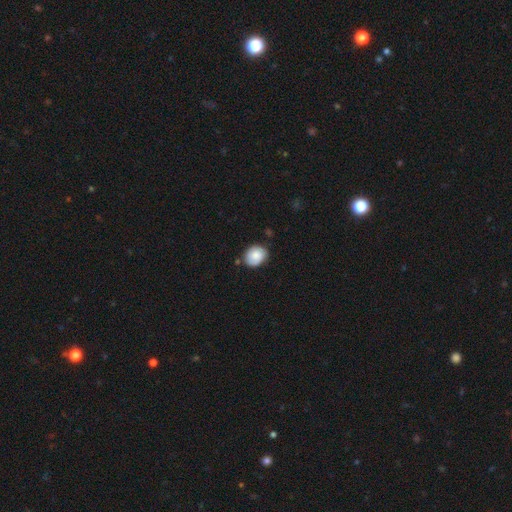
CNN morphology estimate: Q: Smooth or featured?
A: smooth (77%); runner-up: featured or disk (16%)
Q: How rounded?
A: round (58%); runner-up: in between (41%)
Q: Merging?
A: none (73%); runner-up: minor disturbance (20%)